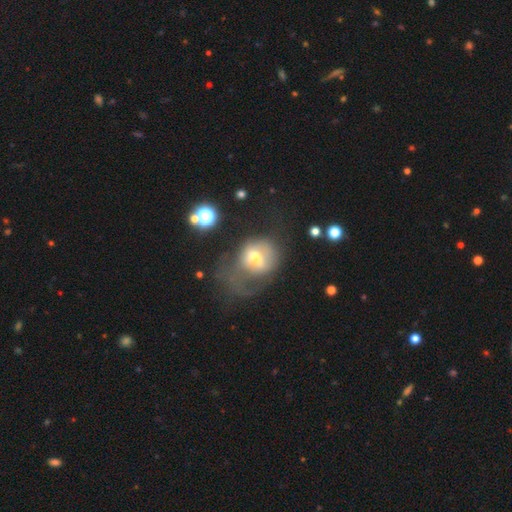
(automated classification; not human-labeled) smooth_or_featured: smooth (p=0.45) [alt: featured or disk p=0.43]
merging: major disturbance (p=0.54) [alt: none p=0.22]